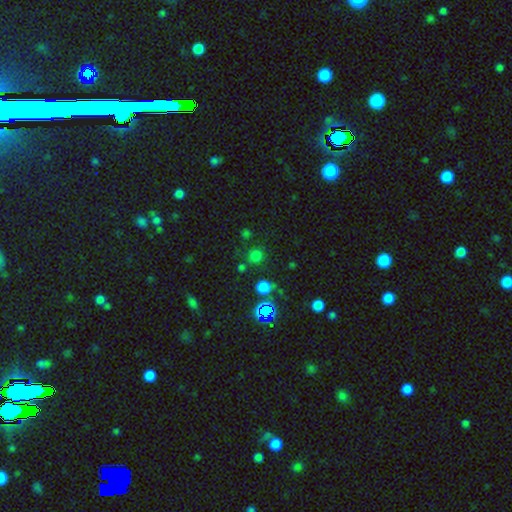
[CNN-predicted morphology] This appears to be a smooth galaxy with no disk features (65%) that is round (91%). Merging: none (78%).